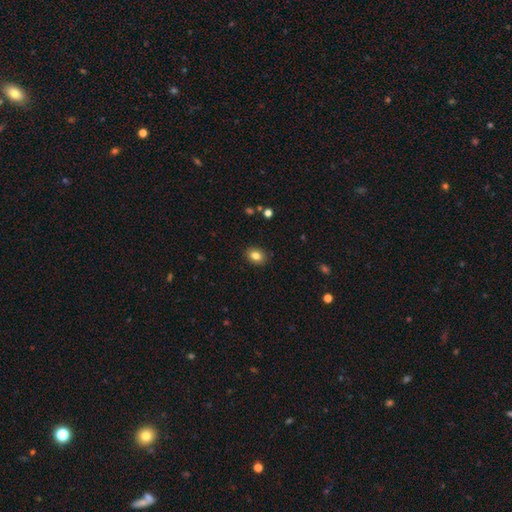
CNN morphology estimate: This appears to be a smooth galaxy with no disk features (83%) that is in between round and cigar-shaped (66%). Merging: none (89%).